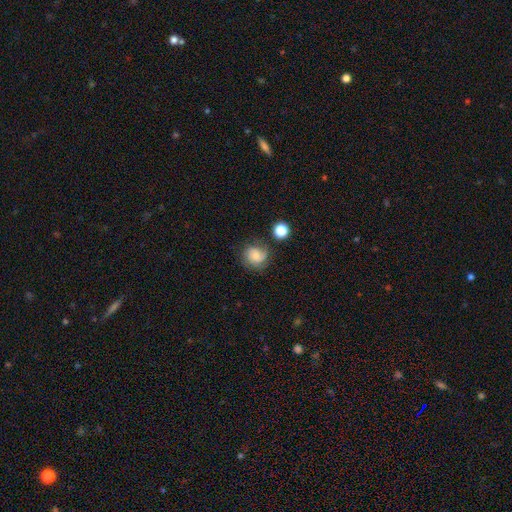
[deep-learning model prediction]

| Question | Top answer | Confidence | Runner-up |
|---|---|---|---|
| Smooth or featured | smooth | 47% | featured or disk (42%) |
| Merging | none | 65% | minor disturbance (21%) |